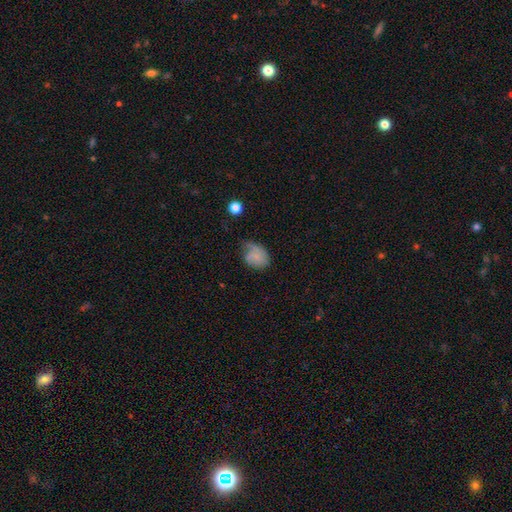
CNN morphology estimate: Smooth or featured? smooth (59%)
How rounded? in between (57%)
Merging? none (38%)